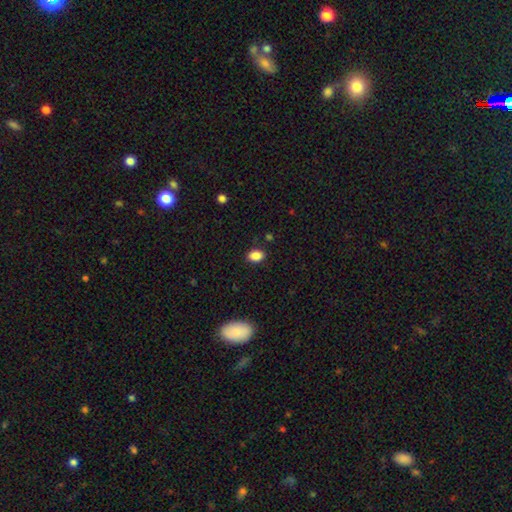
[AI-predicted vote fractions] This appears to be a smooth galaxy with no disk features (87%) that is in between round and cigar-shaped (79%). Merging: none (85%).